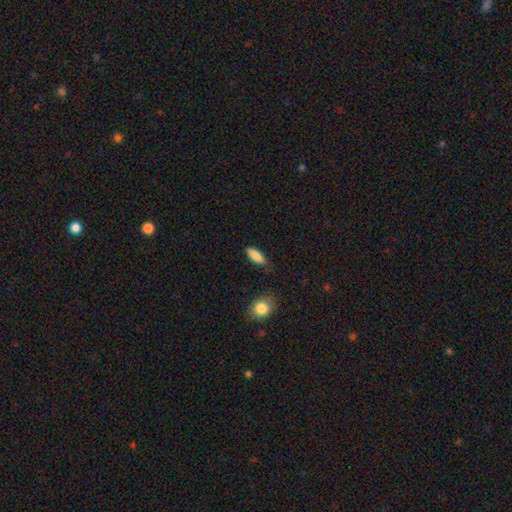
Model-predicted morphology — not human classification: A smooth galaxy with no disk features (87%) that is in between round and cigar-shaped (68%). Merging: none (77%).